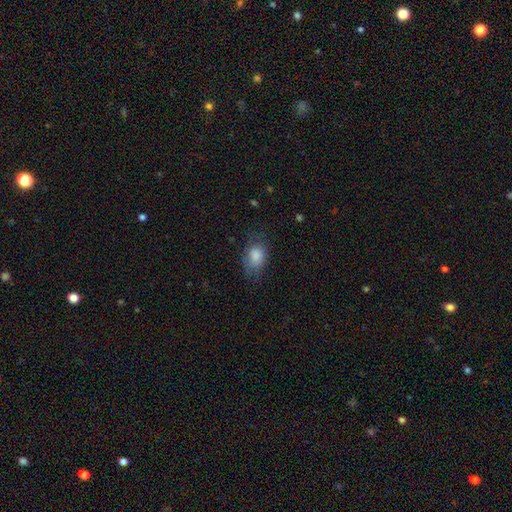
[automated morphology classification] Overall: smooth (81%). How rounded: in between (73%). Merging: none (58%; minor disturbance 27%).